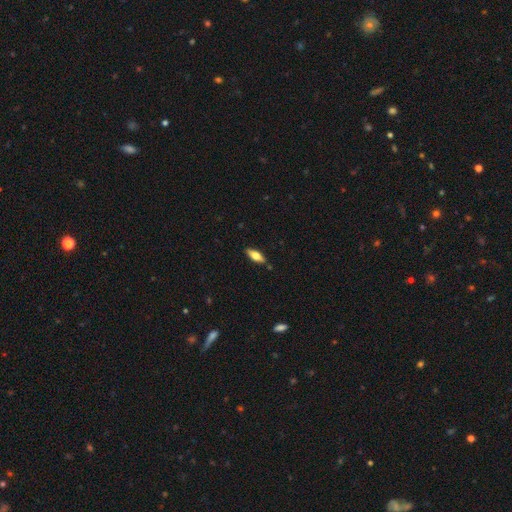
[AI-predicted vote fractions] A smooth galaxy with no disk features (66%) that is in between round and cigar-shaped (71%).

Vote fractions:
- Smooth or featured? smooth: 66% / featured or disk: 28% / star or artifact: 6%
- How rounded? in between: 71% / cigar-shaped: 27% / round: 2%
- Merging? none: 86% / minor disturbance: 10% / major disturbance: 2% / merger: 2%